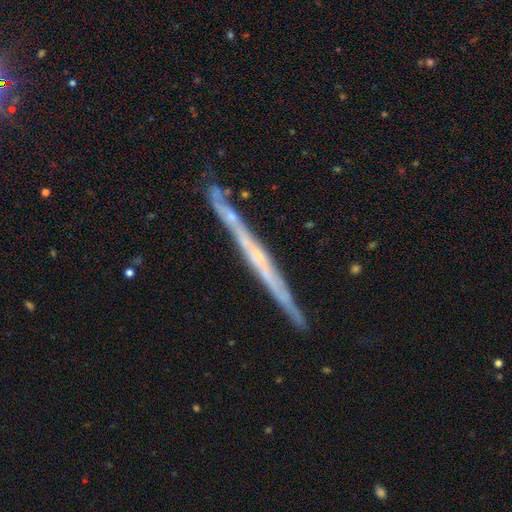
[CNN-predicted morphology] Overall: featured or disk (76%). Edge-on disk: yes (97%). Edge-on bulge: none (68%). Merging: none (86%).